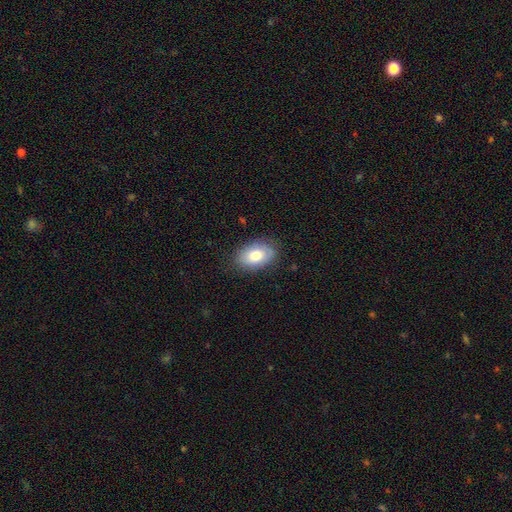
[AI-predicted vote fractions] Smooth or featured?
  - smooth: 78% *
  - featured or disk: 15%
  - star or artifact: 7%
How rounded?
  - in between: 92% *
  - round: 7%
  - cigar-shaped: 1%
Merging?
  - none: 80% *
  - minor disturbance: 15%
  - major disturbance: 4%
  - merger: 1%